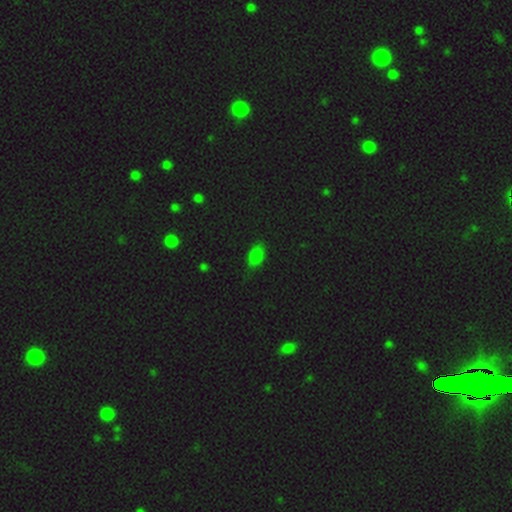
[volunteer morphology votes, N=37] Overall: smooth (76%). How rounded: in between (79%). Merging: none (76%).